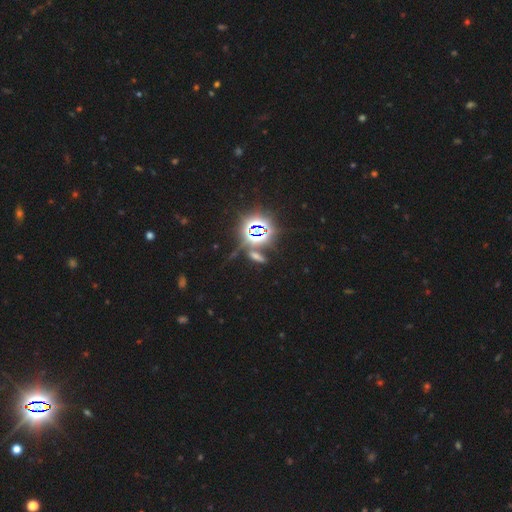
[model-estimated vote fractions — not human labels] This is possibly a star or artifact rather than a galaxy (54%).